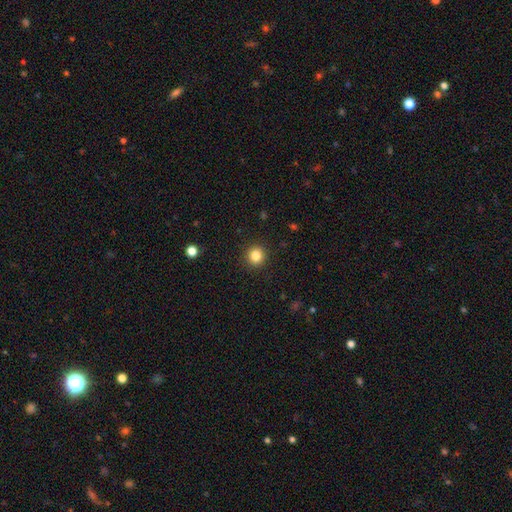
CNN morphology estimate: smooth-or-featured: smooth: 84% | star or artifact: 11% | featured or disk: 5%
  how-rounded: round: 93% | in between: 6% | cigar-shaped: 1%
  merging: none: 92% | minor disturbance: 5% | major disturbance: 2% | merger: 1%